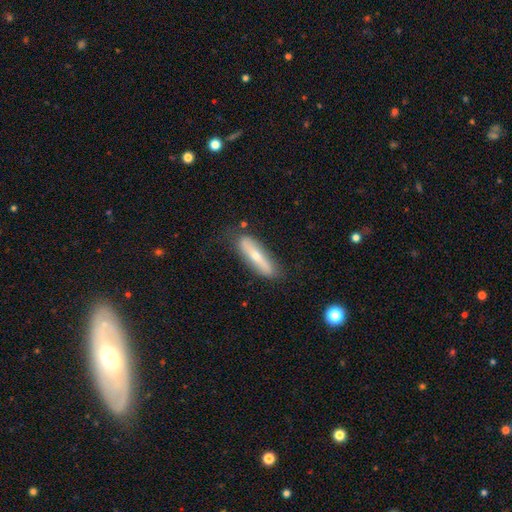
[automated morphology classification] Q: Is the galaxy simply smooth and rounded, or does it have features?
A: featured or disk — 52%.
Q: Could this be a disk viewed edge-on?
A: yes — 64%.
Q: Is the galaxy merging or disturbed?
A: none — 77%.